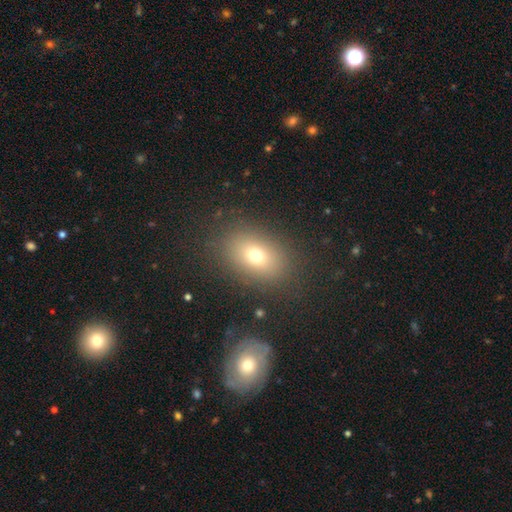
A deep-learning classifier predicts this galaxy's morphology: Smooth or featured? Predicted: smooth (p=0.70). How rounded? Predicted: in between (p=0.75). Merging? Predicted: none (p=0.83).